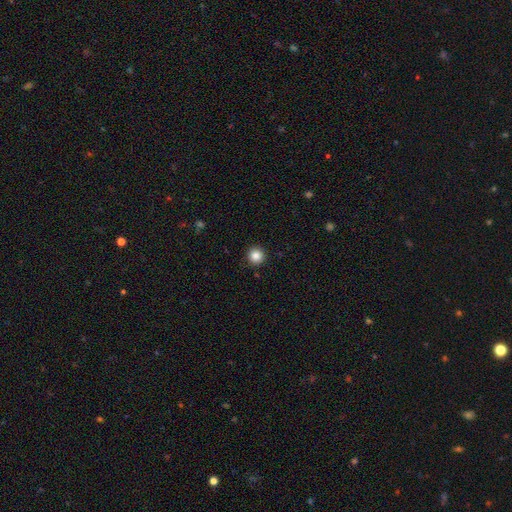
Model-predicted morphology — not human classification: Overall: smooth (85%). How rounded: round (96%). Merging: none (92%).